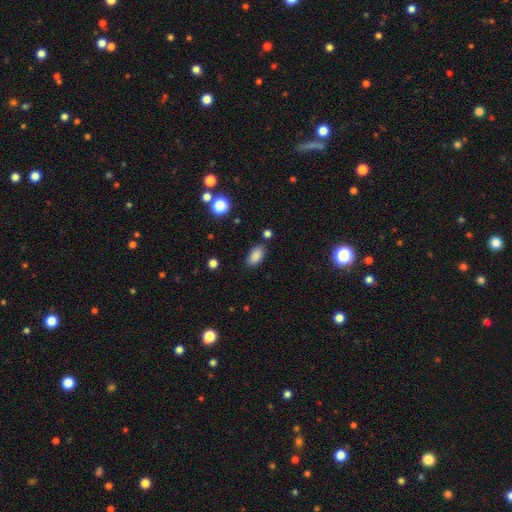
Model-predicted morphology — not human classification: This is clearly a smooth galaxy (87%). How rounded: clearly in between (91%). Merging: clearly none (83%).